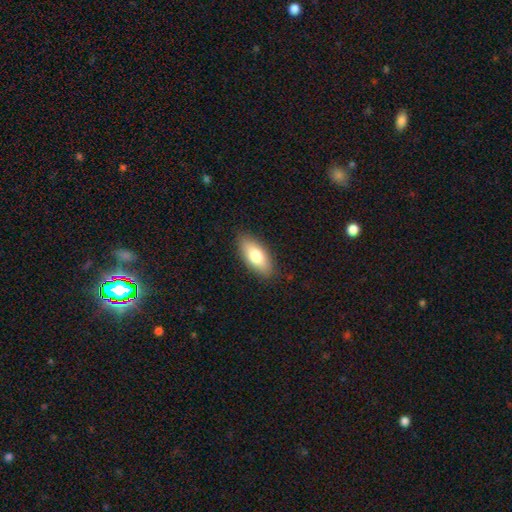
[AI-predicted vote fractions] smooth-or-featured: smooth: 76% | featured or disk: 17% | star or artifact: 6%
  how-rounded: in between: 83% | cigar-shaped: 14% | round: 3%
  merging: none: 87% | minor disturbance: 10% | major disturbance: 2% | merger: 1%